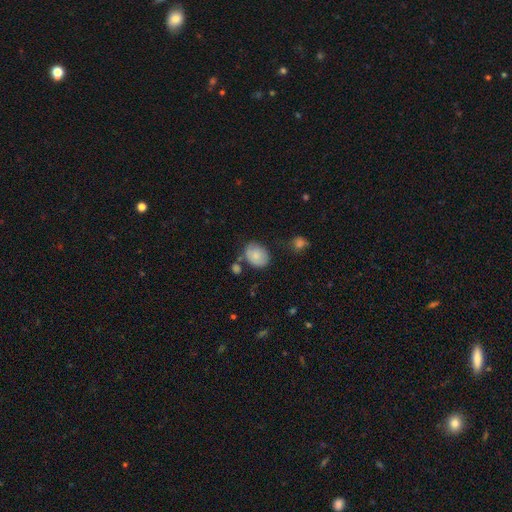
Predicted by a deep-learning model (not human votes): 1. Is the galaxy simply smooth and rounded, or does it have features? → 80% smooth, 12% featured or disk, 8% star or artifact.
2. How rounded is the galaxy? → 56% in between, 43% round, 1% cigar-shaped.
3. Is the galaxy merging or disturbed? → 60% none, 23% minor disturbance, 10% merger, 7% major disturbance.